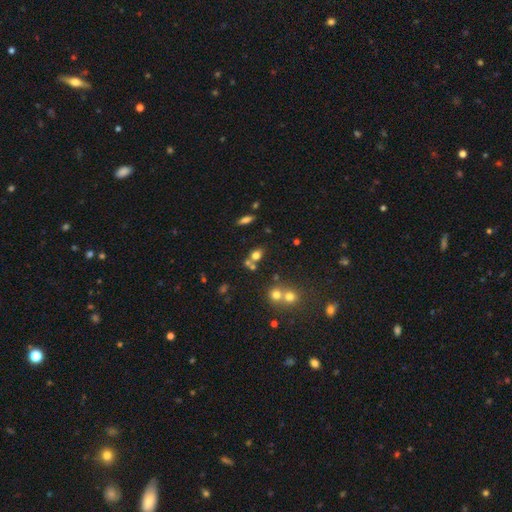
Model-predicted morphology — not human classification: This appears to be a smooth galaxy with no disk features (67%) that is in between round and cigar-shaped (56%). Merging: none (53%).